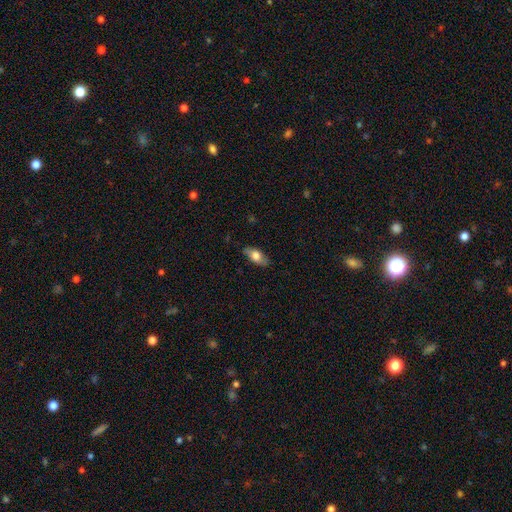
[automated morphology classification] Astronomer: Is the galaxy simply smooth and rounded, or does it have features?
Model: smooth — 70%.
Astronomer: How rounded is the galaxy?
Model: in between — 86%.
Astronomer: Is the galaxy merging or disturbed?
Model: none — 82%.